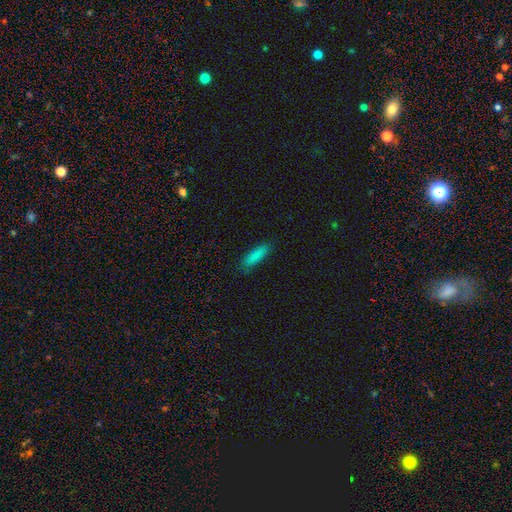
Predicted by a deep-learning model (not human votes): A smooth galaxy with no disk features (86%) that is cigar-shaped (62%).

Vote fractions:
- Smooth or featured? smooth: 86% / star or artifact: 7% / featured or disk: 7%
- How rounded? cigar-shaped: 62% / in between: 36% / round: 2%
- Merging? none: 84% / minor disturbance: 12% / major disturbance: 2% / merger: 1%